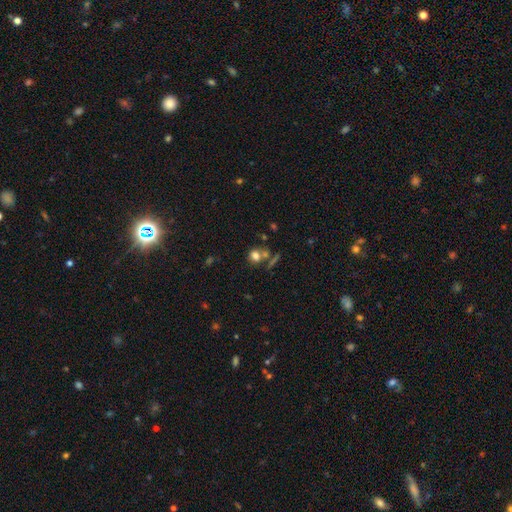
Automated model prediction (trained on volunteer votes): Smooth or featured: smooth — 74% (star or artifact — 14%)
How rounded: round — 74% (in between — 24%)
Merging: none — 55% (merger — 28%)